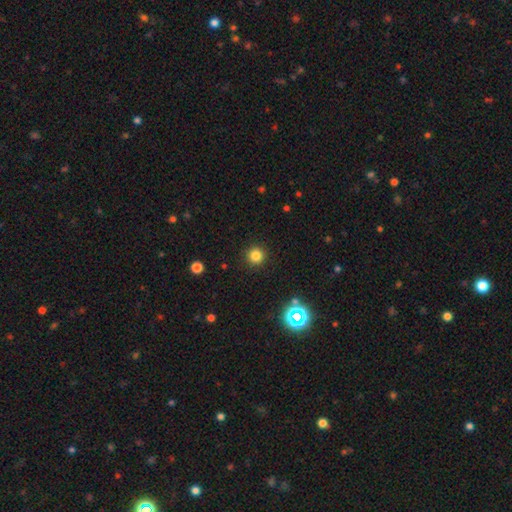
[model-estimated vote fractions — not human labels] Smooth or featured? smooth (80%)
How rounded? round (95%)
Merging? none (92%)